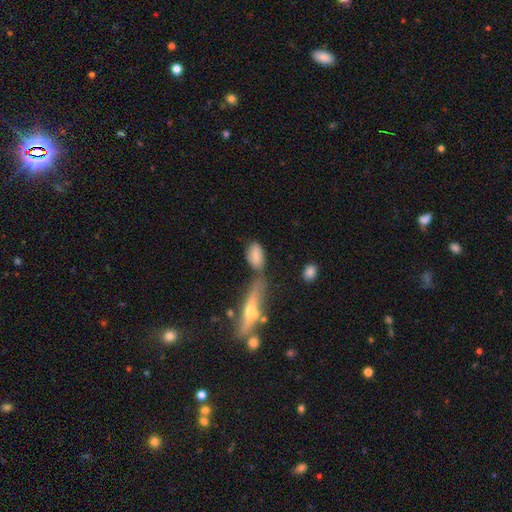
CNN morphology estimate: Smooth or featured?
  - smooth: 65% *
  - featured or disk: 27%
  - star or artifact: 8%
How rounded?
  - in between: 87% *
  - cigar-shaped: 7%
  - round: 5%
Merging?
  - none: 50% *
  - merger: 25%
  - minor disturbance: 18%
  - major disturbance: 7%